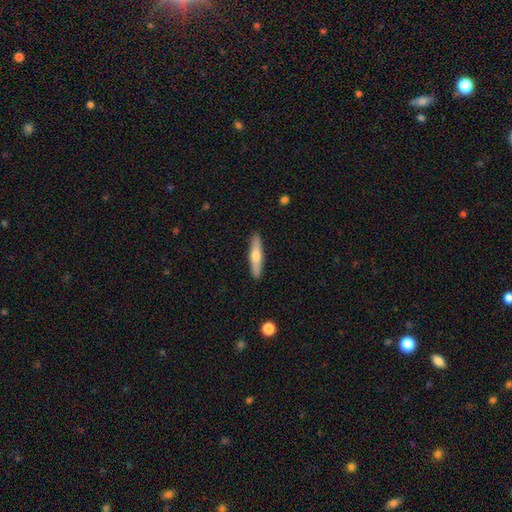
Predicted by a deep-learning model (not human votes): smooth_or_featured: smooth (p=0.54) [alt: featured or disk p=0.40]
how_rounded: cigar-shaped (p=0.84) [alt: in between p=0.14]
merging: none (p=0.91) [alt: minor disturbance p=0.07]